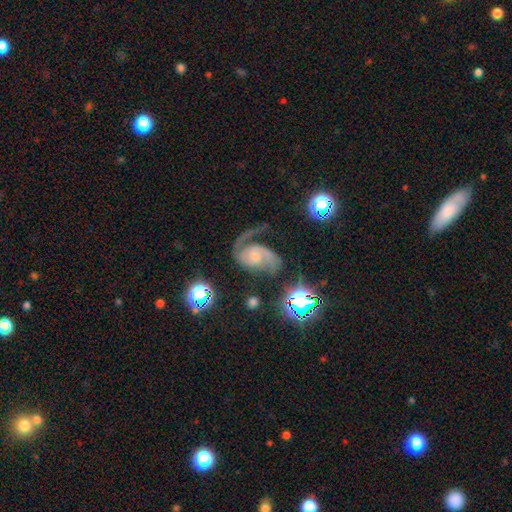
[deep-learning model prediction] Smooth or featured? Predicted: featured or disk (p=0.85). Edge-on disk? Predicted: no (p=0.98). Bar? Predicted: no (p=0.62). Spiral arms? Predicted: yes (p=0.97). Spiral winding? Predicted: medium (p=0.50). Spiral arm count? Predicted: 2 (p=0.78). Bulge size? Predicted: small (p=0.49). Merging? Predicted: none (p=0.45).